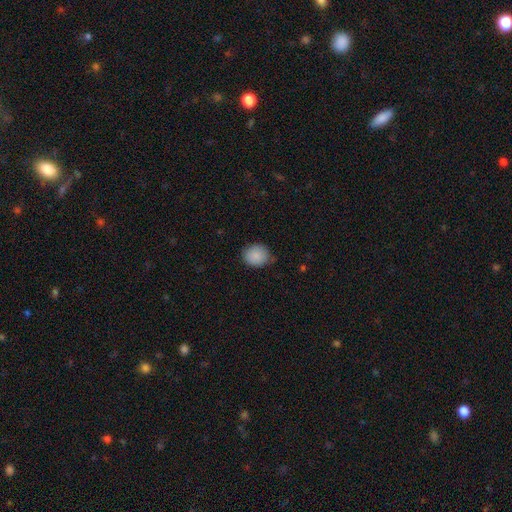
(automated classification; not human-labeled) Q: Smooth or featured?
A: smooth (88%); runner-up: star or artifact (8%)
Q: How rounded?
A: round (75%); runner-up: in between (24%)
Q: Merging?
A: none (76%); runner-up: minor disturbance (20%)